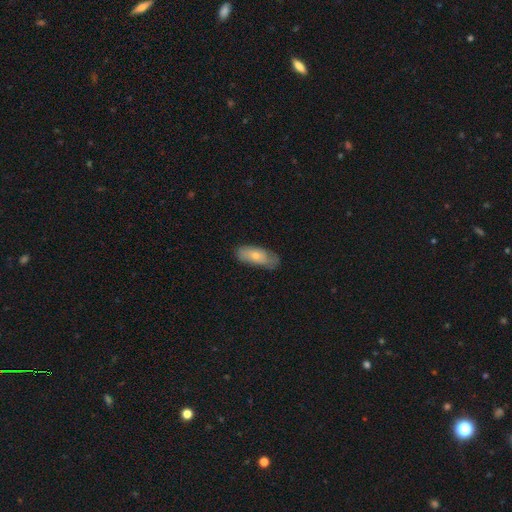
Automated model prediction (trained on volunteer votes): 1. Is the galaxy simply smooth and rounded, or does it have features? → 67% smooth, 27% featured or disk, 7% star or artifact.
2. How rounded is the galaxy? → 82% in between, 15% cigar-shaped, 3% round.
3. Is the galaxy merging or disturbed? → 59% none, 31% minor disturbance, 8% major disturbance, 2% merger.